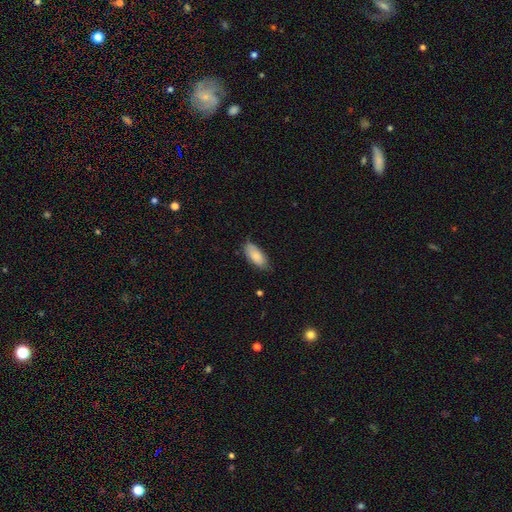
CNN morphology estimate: Overall: smooth (83%). How rounded: in between (88%). Merging: none (74%).